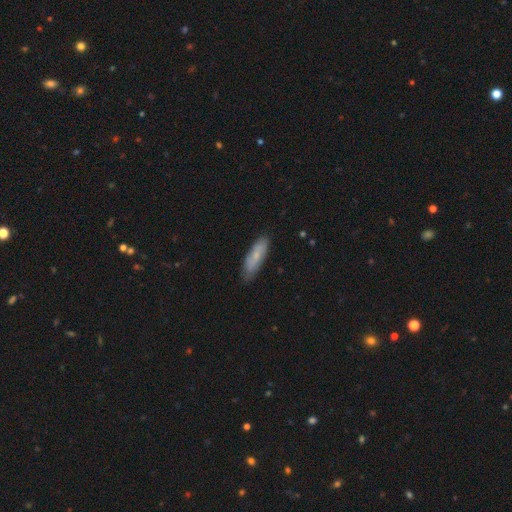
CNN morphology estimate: A smooth galaxy with no disk features (65%) that is cigar-shaped (53%). Merging: none (79%).